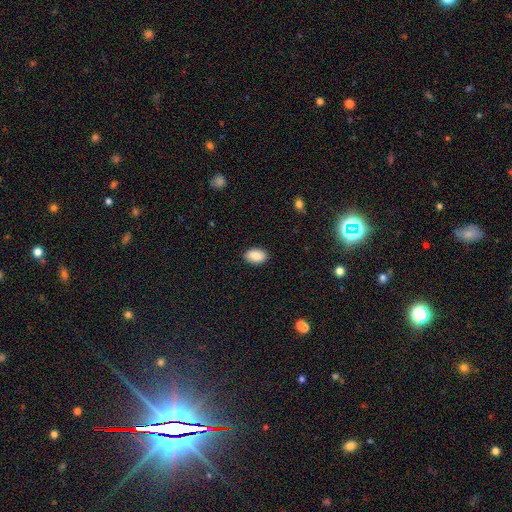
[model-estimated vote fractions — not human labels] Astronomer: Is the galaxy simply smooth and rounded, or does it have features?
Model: smooth — 87%.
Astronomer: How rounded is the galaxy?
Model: in between — 91%.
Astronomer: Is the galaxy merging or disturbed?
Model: none — 88%.